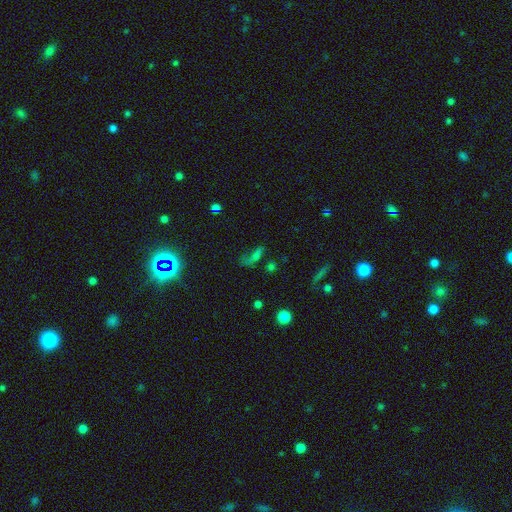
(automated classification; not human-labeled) A smooth galaxy with no disk features (47%). Merging: none (39%).